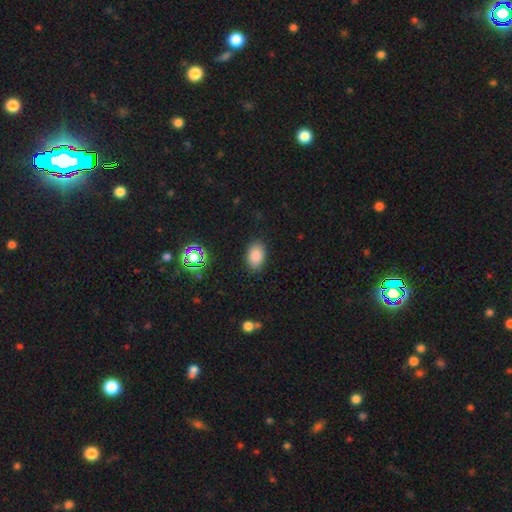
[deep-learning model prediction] Smooth or featured? Predicted: smooth (p=0.84). How rounded? Predicted: in between (p=0.86). Merging? Predicted: none (p=0.86).